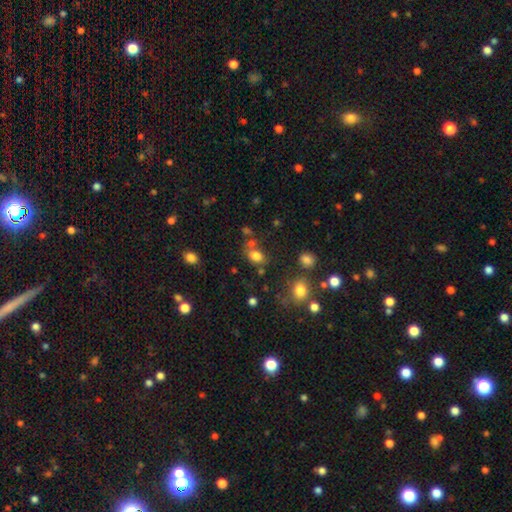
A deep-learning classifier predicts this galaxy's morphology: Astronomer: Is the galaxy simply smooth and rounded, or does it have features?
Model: smooth — 78%.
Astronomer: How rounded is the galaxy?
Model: in between — 67%.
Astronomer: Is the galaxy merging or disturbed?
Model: none — 59%.